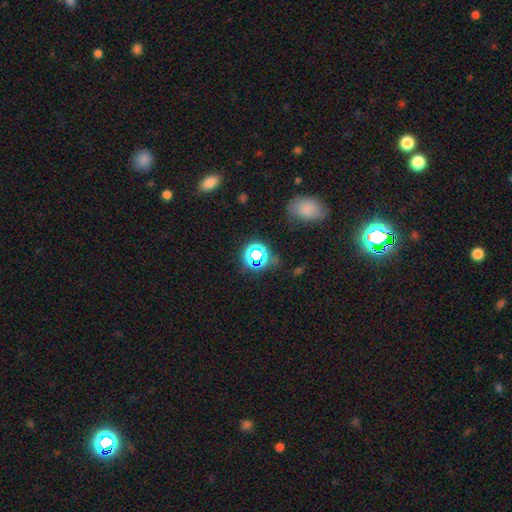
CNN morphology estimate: Overall: star or artifact (62%; smooth 29%).